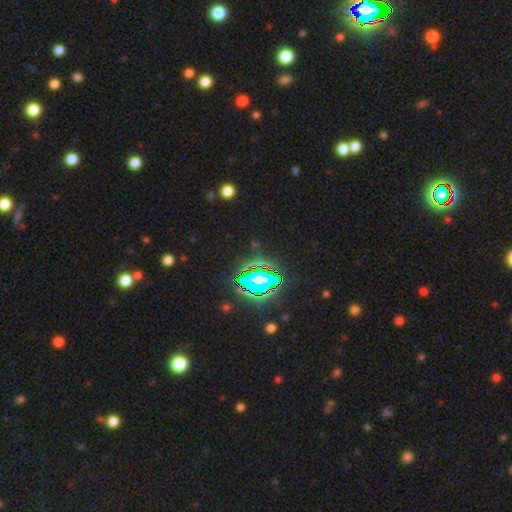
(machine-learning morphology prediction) type=star or artifact (78%).